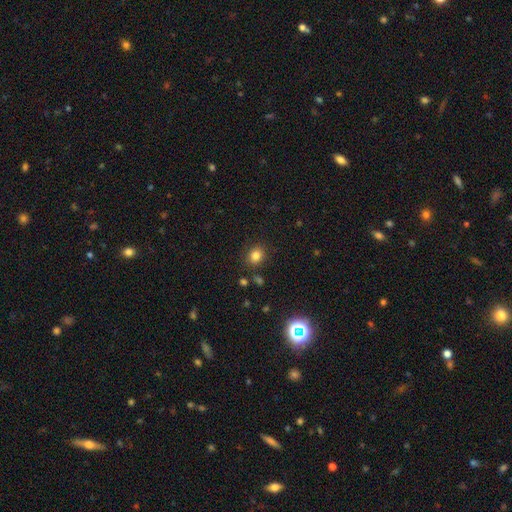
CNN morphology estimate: A smooth galaxy with no disk features (82%) that is round (64%). Merging: none (84%).